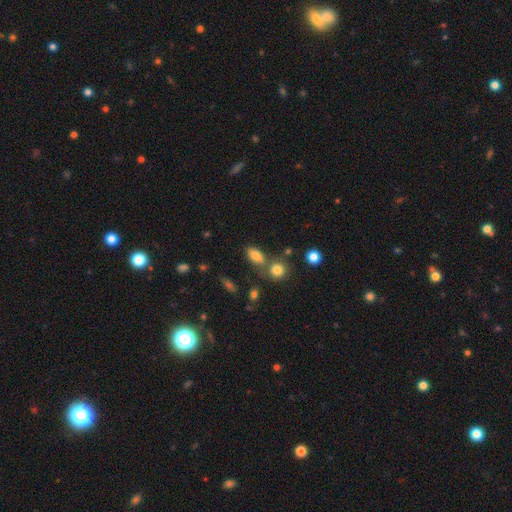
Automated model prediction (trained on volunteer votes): smooth-or-featured: smooth: 78% | featured or disk: 11% | star or artifact: 11%
  how-rounded: in between: 81% | cigar-shaped: 10% | round: 8%
  merging: none: 63% | merger: 19% | minor disturbance: 13% | major disturbance: 5%